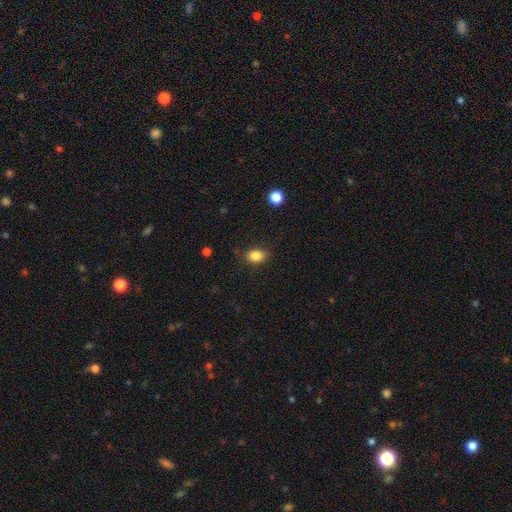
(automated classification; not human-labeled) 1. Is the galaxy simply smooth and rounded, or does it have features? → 85% smooth, 10% star or artifact, 5% featured or disk.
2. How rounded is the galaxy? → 66% in between, 33% round, 1% cigar-shaped.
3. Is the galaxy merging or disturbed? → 83% none, 12% minor disturbance, 3% major disturbance, 1% merger.